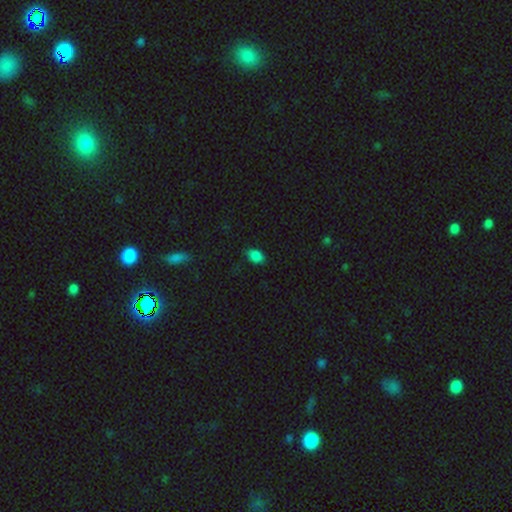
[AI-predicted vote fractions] A smooth galaxy with no disk features (83%) that is in between round and cigar-shaped (86%). Merging: none (77%).